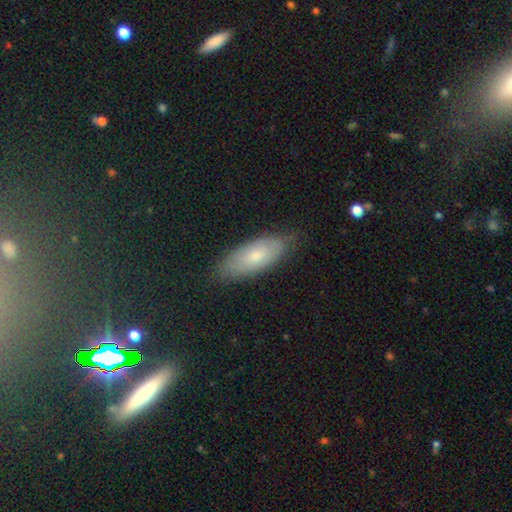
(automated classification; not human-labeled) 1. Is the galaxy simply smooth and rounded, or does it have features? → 69% smooth, 24% featured or disk, 7% star or artifact.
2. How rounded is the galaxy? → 81% in between, 16% cigar-shaped, 2% round.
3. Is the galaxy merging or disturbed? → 74% none, 21% minor disturbance, 4% major disturbance, 1% merger.